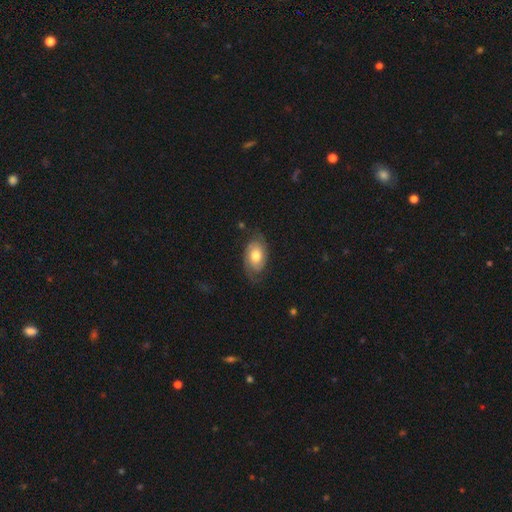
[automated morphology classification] smooth-or-featured: featured or disk: 60% | smooth: 33% | star or artifact: 7%
  disk-edge-on: no: 95% | yes: 5%
    bar: no: 75% | weak: 21% | strong: 4%
    has-spiral-arms: yes: 86% | no: 14%
    bulge-size: moderate: 71% | large: 16% | small: 10% | dominant: 2% | none: 1%
  merging: none: 71% | minor disturbance: 19% | major disturbance: 8% | merger: 1%